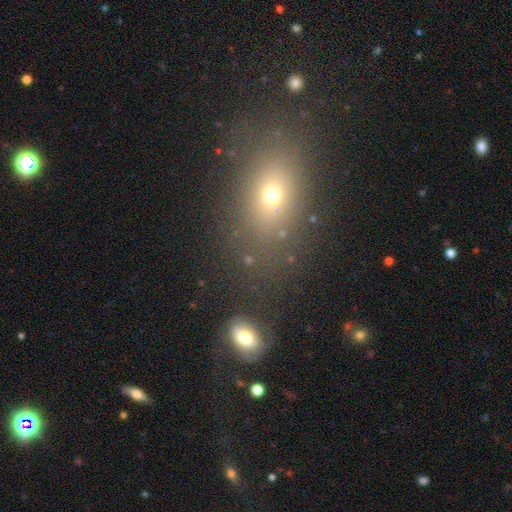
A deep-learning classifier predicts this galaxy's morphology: smooth-or-featured: smooth: 59% | star or artifact: 26% | featured or disk: 15%
  how-rounded: in between: 68% | round: 28% | cigar-shaped: 4%
  merging: none: 77% | minor disturbance: 11% | major disturbance: 7% | merger: 5%